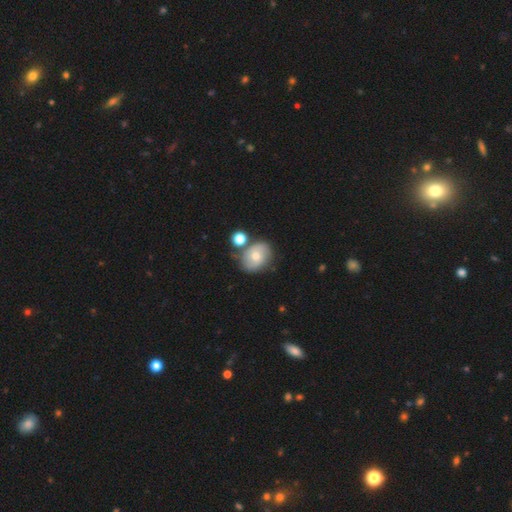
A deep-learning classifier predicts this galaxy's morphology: smooth 49%, featured or disk 41%, star or artifact 10%. Down the decision tree: merging — none (63%).